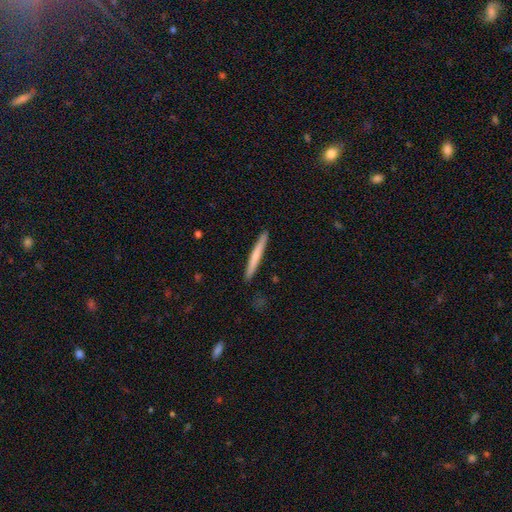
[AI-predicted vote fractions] smooth-or-featured: smooth: 64% | featured or disk: 31% | star or artifact: 5%
  how-rounded: cigar-shaped: 97% | in between: 2% | round: 1%
  merging: none: 91% | minor disturbance: 6% | major disturbance: 1% | merger: 1%